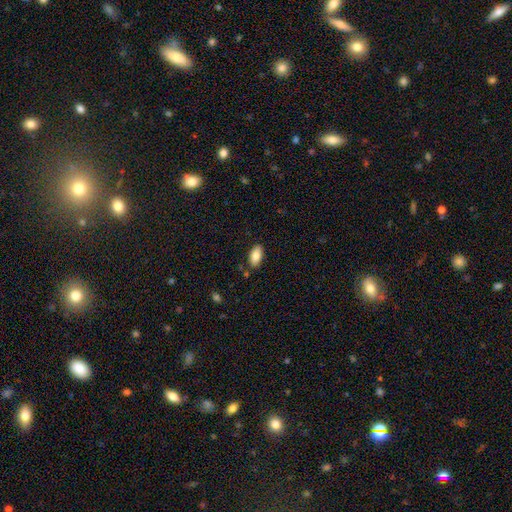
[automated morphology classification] Smooth or featured?
  - smooth: 84% *
  - featured or disk: 9%
  - star or artifact: 7%
How rounded?
  - in between: 92% *
  - cigar-shaped: 5%
  - round: 3%
Merging?
  - none: 85% *
  - minor disturbance: 11%
  - merger: 2%
  - major disturbance: 2%